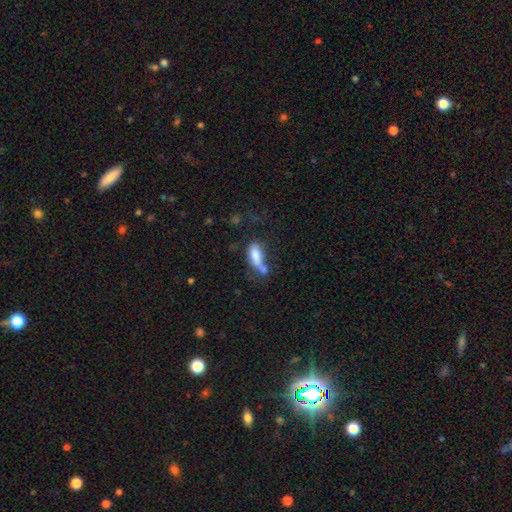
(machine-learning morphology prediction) smooth_or_featured: smooth (p=0.74) [alt: featured or disk p=0.17]
how_rounded: in between (p=0.73) [alt: cigar-shaped p=0.24]
merging: merger (p=0.34) [alt: none p=0.28]